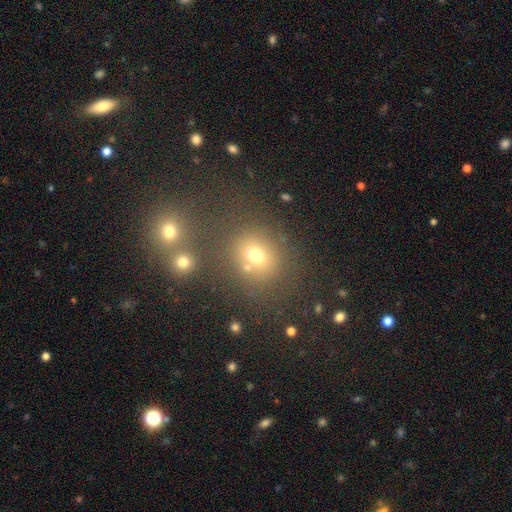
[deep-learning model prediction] smooth 68%, star or artifact 21%, featured or disk 11%. Down the decision tree: how rounded — round (72%); merging — none (67%).